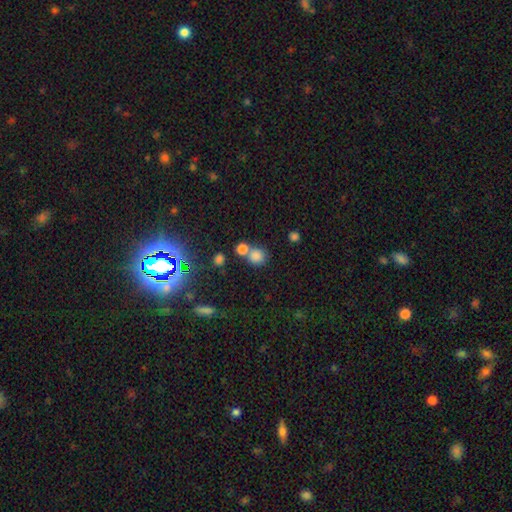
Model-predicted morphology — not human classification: A smooth galaxy with no disk features (78%) that is round (83%).

Vote fractions:
- Smooth or featured? smooth: 78% / star or artifact: 15% / featured or disk: 7%
- How rounded? round: 83% / in between: 16% / cigar-shaped: 1%
- Merging? none: 51% / merger: 36% / minor disturbance: 9% / major disturbance: 4%